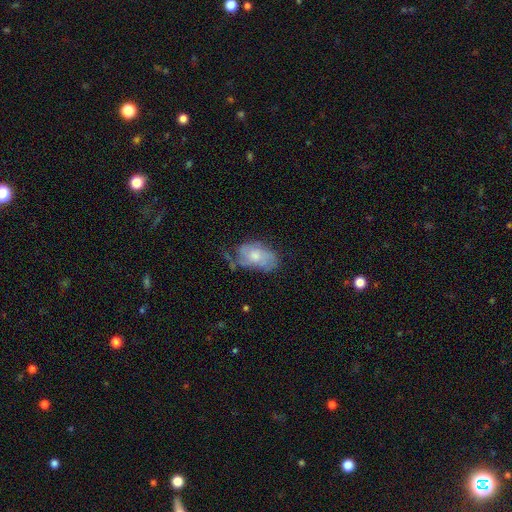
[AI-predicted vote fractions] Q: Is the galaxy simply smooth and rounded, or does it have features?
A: featured or disk — 52%.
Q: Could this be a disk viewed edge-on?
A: no — 95%.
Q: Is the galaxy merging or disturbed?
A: none — 39%.